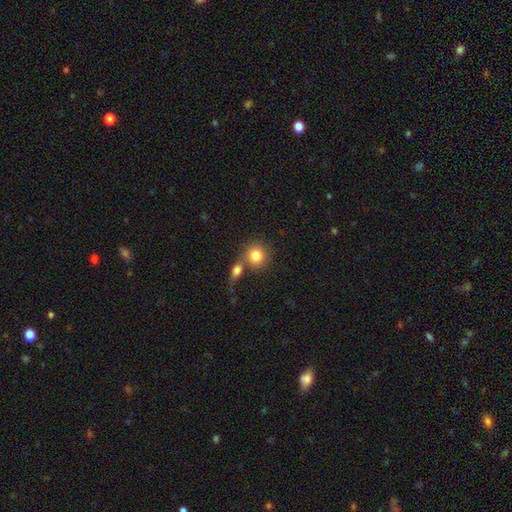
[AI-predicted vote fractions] A smooth galaxy with no disk features (82%) that is round (83%).

Vote fractions:
- Smooth or featured? smooth: 82% / featured or disk: 9% / star or artifact: 9%
- How rounded? round: 83% / in between: 16% / cigar-shaped: 1%
- Merging? none: 53% / merger: 35% / minor disturbance: 8% / major disturbance: 4%